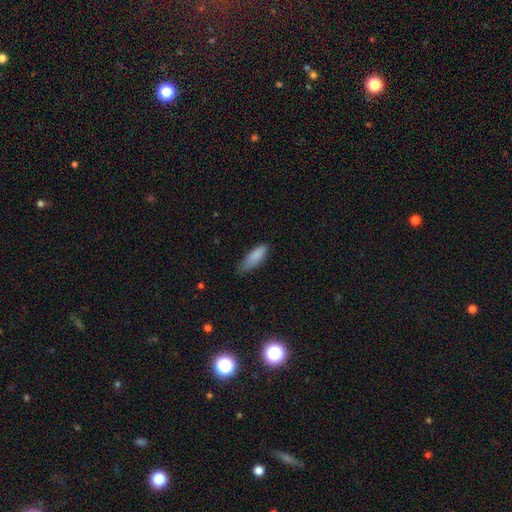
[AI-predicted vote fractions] A smooth galaxy with no disk features (86%) that is in between round and cigar-shaped (51%). Merging: none (55%).